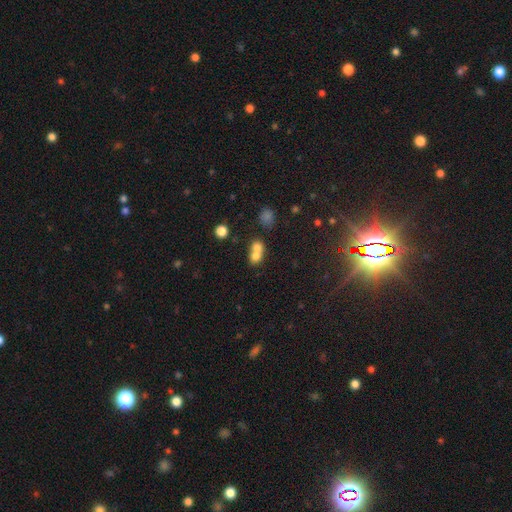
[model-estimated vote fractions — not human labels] This is likely a smooth galaxy (72%). How rounded: likely round (61%). Merging: likely merger (68%).